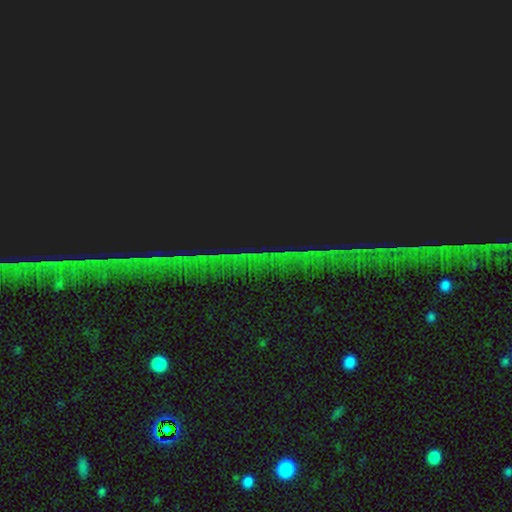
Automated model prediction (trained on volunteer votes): Smooth or featured?
  - star or artifact: 84% *
  - smooth: 8%
  - featured or disk: 8%